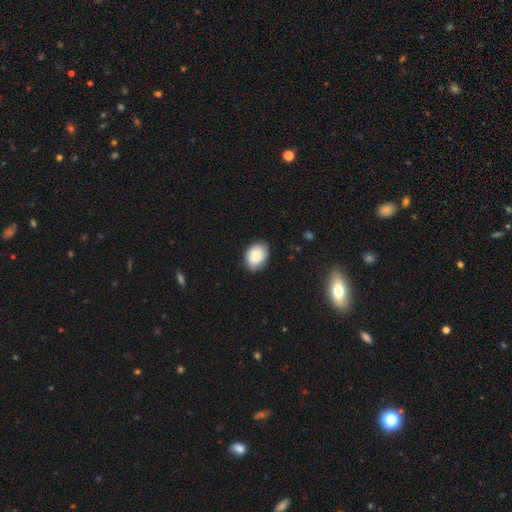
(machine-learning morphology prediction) smooth 83%, featured or disk 9%, star or artifact 7%. Down the decision tree: how rounded — in between (72%); merging — none (78%).